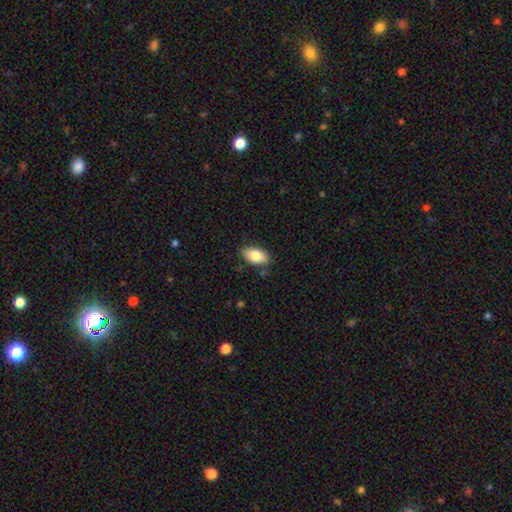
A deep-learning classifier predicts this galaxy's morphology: A smooth galaxy with no disk features (81%) that is in between round and cigar-shaped (92%). Merging: none (84%).